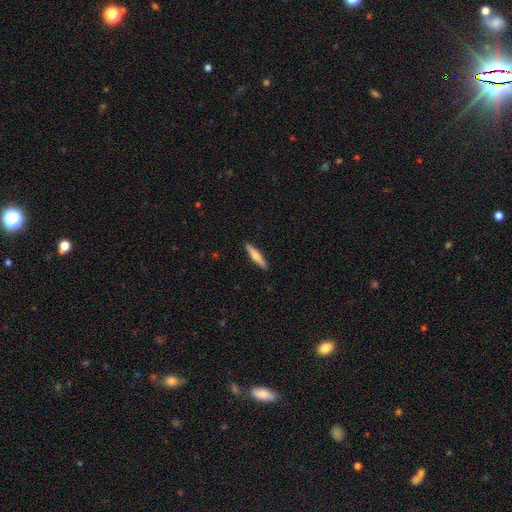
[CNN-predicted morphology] The model was most divided on "smooth or featured": smooth: 50%, featured or disk: 45%, star or artifact: 5%. More confident: merging — none (91%).